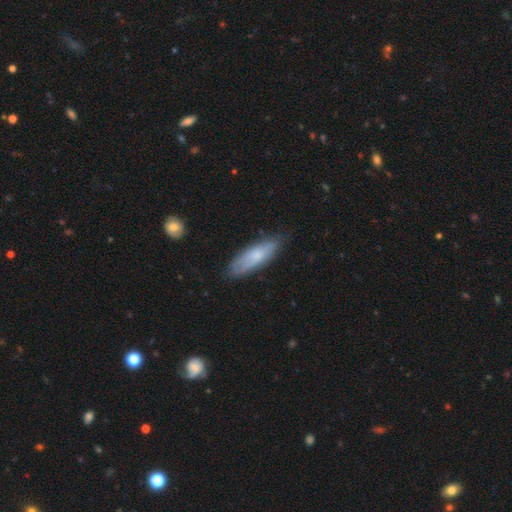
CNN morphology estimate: Smooth or featured?
  - smooth: 67% *
  - featured or disk: 27%
  - star or artifact: 6%
How rounded?
  - cigar-shaped: 51% *
  - in between: 47%
  - round: 2%
Merging?
  - none: 77% *
  - minor disturbance: 19%
  - major disturbance: 3%
  - merger: 1%